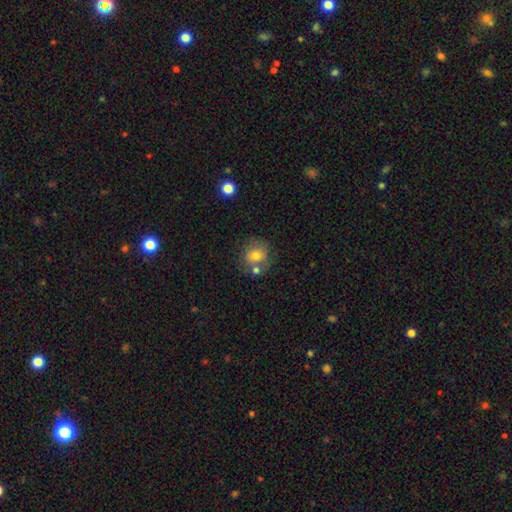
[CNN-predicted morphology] Overall: smooth (73%). How rounded: round (81%). Merging: none (58%; merger 24%).